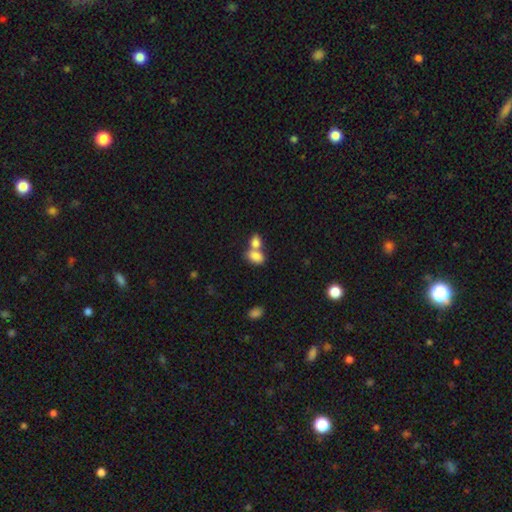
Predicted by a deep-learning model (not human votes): A smooth galaxy with no disk features (83%) that is in between round and cigar-shaped (84%). Merging: merger (63%).